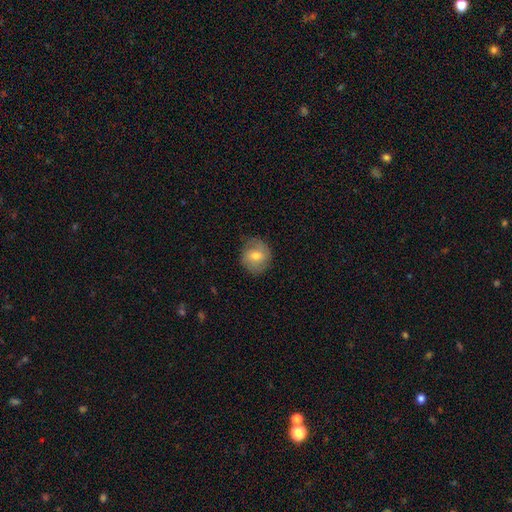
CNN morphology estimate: Q: Smooth or featured?
A: smooth (63%); runner-up: featured or disk (29%)
Q: How rounded?
A: round (82%); runner-up: in between (17%)
Q: Merging?
A: none (77%); runner-up: minor disturbance (17%)